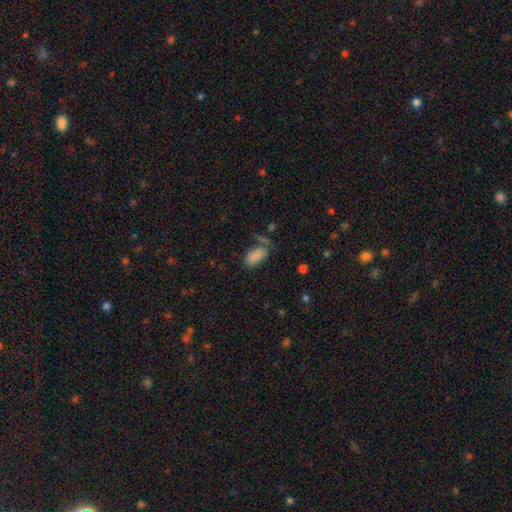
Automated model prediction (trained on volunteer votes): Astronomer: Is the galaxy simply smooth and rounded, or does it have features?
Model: smooth — 85%.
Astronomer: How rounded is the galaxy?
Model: in between — 92%.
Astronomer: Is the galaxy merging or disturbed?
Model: none — 61%.